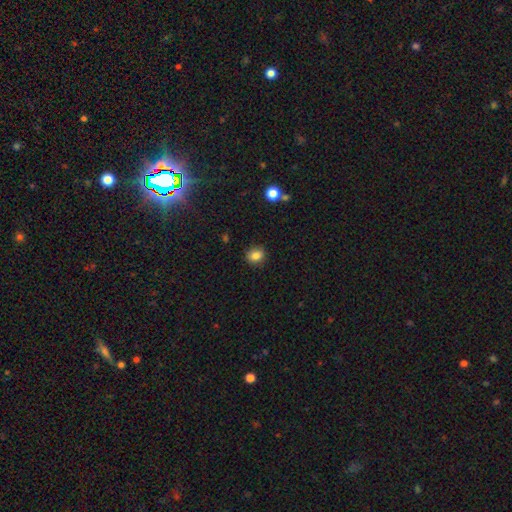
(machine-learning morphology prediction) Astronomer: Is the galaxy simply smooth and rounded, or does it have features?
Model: smooth — 84%.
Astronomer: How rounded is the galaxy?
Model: round — 73%.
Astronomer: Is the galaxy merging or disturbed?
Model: none — 88%.